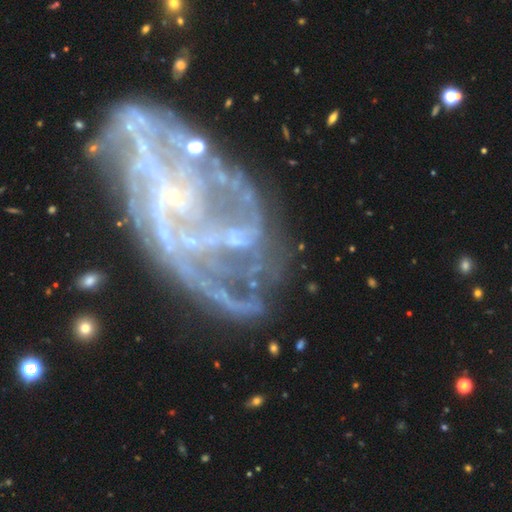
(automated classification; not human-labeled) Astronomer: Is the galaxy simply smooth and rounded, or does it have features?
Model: featured or disk — 86%.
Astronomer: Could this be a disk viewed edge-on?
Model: no — 97%.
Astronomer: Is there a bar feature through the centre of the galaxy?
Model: no — 54% (runner-up: weak, 31%).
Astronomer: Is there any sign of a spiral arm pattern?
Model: yes — 90%.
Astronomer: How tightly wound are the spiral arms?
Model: medium — 42% (runner-up: tight, 31%).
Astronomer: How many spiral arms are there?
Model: can't tell — 25% (runner-up: 3, 22%).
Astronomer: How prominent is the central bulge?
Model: small — 65%.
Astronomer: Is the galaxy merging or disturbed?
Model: none — 50%.